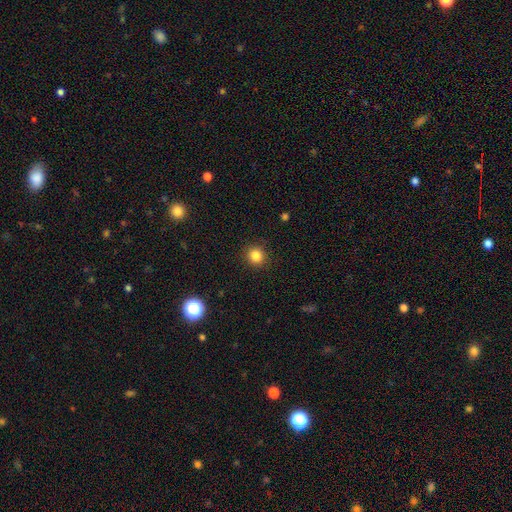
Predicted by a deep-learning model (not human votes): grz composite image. It shows a smooth galaxy with no disk features (83%) that is round (91%). Merging: none (91%).